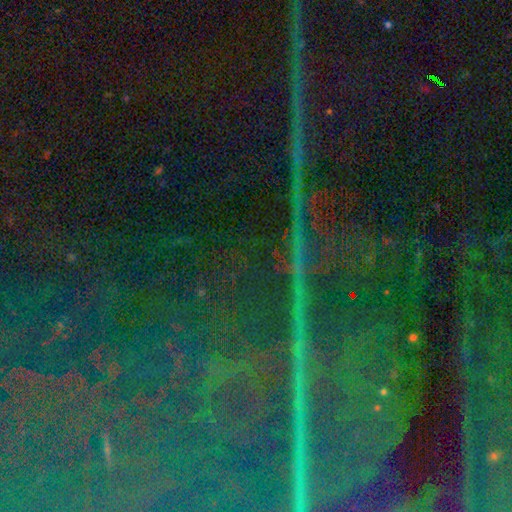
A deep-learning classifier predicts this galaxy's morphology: A star or artifact, not a galaxy (87%).